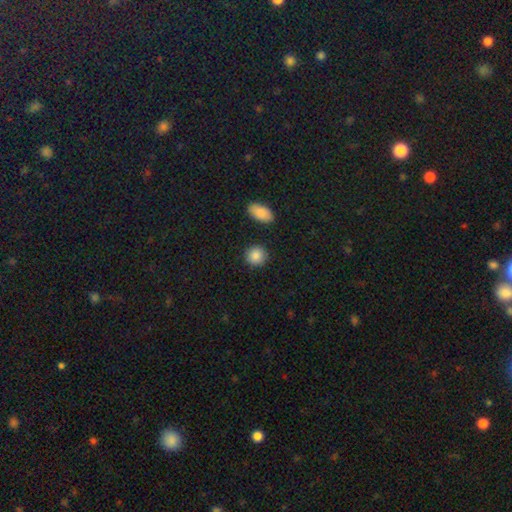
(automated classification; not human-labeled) smooth 88%, star or artifact 8%, featured or disk 4%. Down the decision tree: how rounded — round (86%); merging — none (88%).